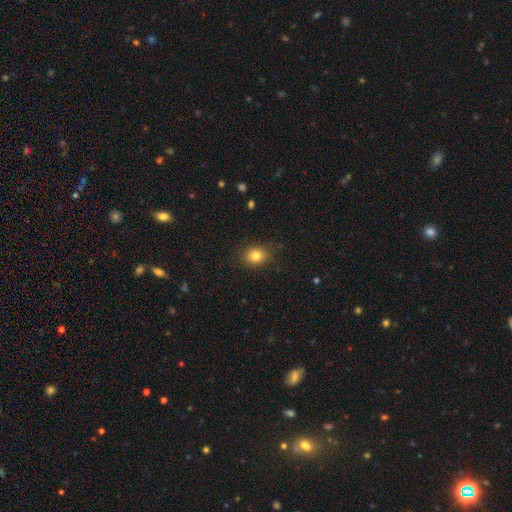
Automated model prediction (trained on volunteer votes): This appears to be a smooth galaxy with no disk features (82%) that is round (55%). Merging: none (86%).